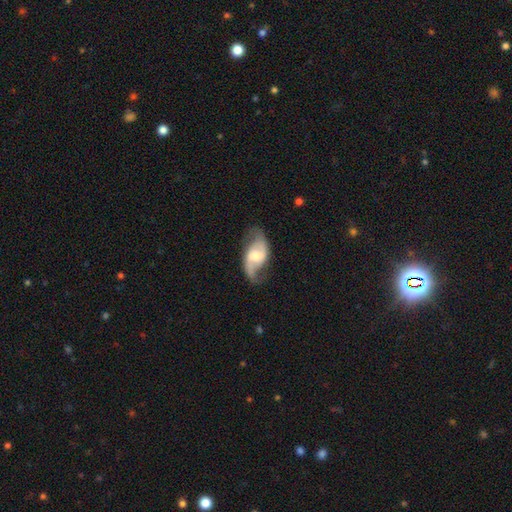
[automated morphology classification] A featured or disk galaxy (80%) with a weak bar (47%), 2 (90%) loose (58%) spiral arms (94%) and a moderate central bulge (50%). Merging: none (70%).